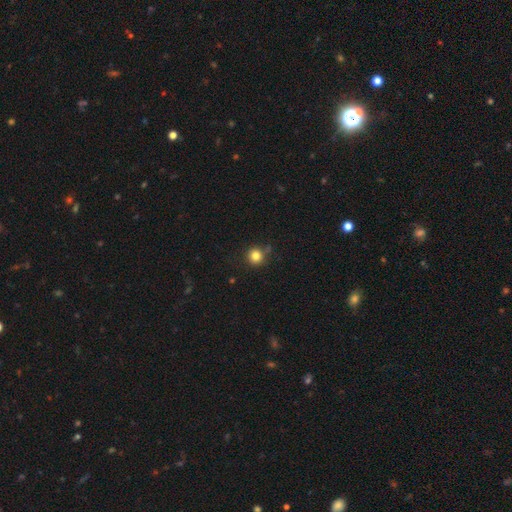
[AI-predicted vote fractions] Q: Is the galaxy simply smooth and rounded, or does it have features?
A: smooth — 82%.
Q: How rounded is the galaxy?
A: round — 93%.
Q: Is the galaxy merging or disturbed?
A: none — 82%.